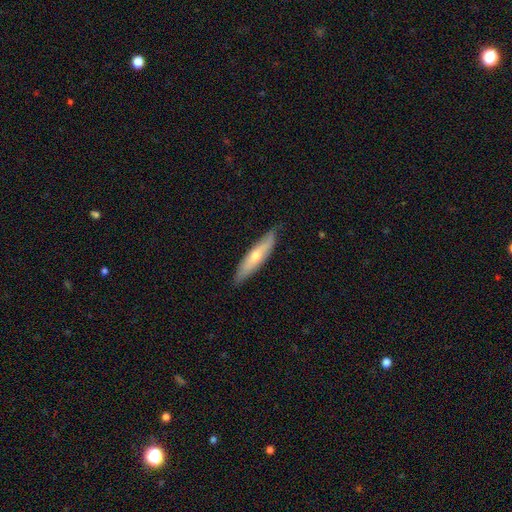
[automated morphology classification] type=smooth (48%); merging=none (81%).